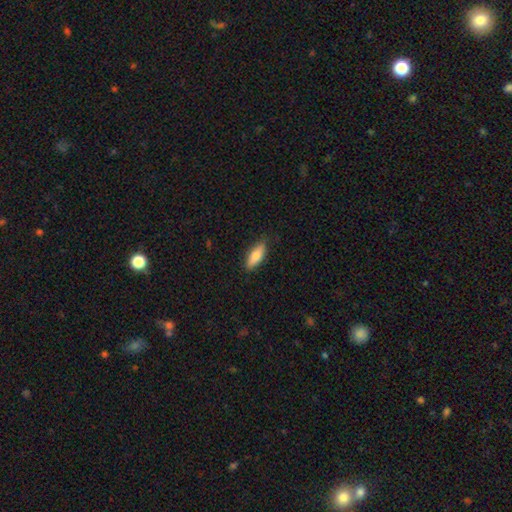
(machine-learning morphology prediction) Smooth or featured? Predicted: smooth (p=0.79). How rounded? Predicted: in between (p=0.70). Merging? Predicted: none (p=0.83).